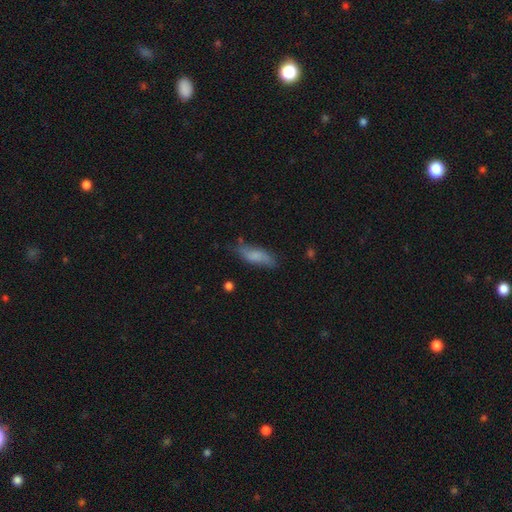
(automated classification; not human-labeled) Smooth or featured?
  - smooth: 69% *
  - featured or disk: 24%
  - star or artifact: 7%
How rounded?
  - in between: 58% *
  - cigar-shaped: 40%
  - round: 2%
Merging?
  - none: 66% *
  - minor disturbance: 26%
  - major disturbance: 6%
  - merger: 2%